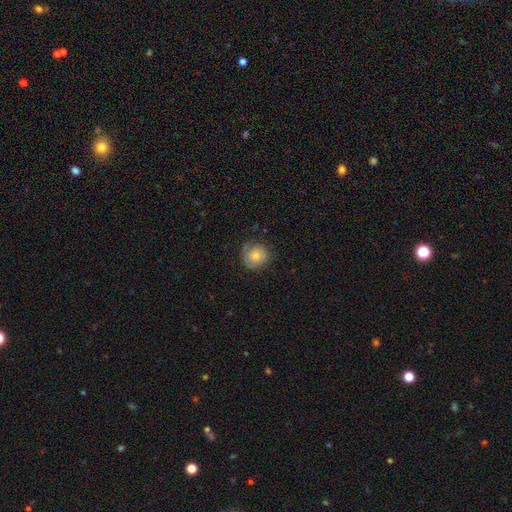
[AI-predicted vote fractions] Morphology: type=smooth (72%); roundness=round (90%); merging=none (73%).